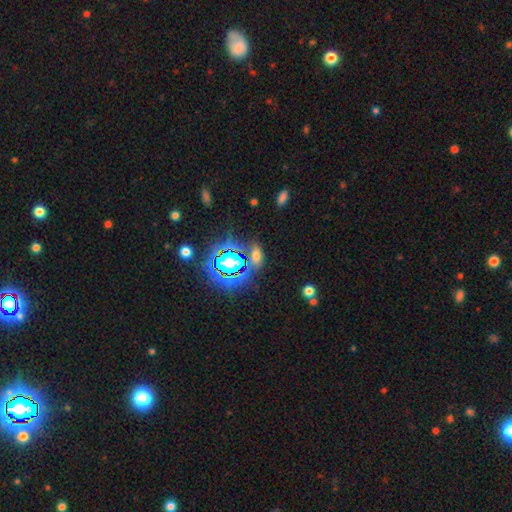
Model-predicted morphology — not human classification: Smooth or featured?
  - smooth: 48% *
  - star or artifact: 41%
  - featured or disk: 11%
Merging?
  - none: 73% *
  - minor disturbance: 13%
  - merger: 7%
  - major disturbance: 6%